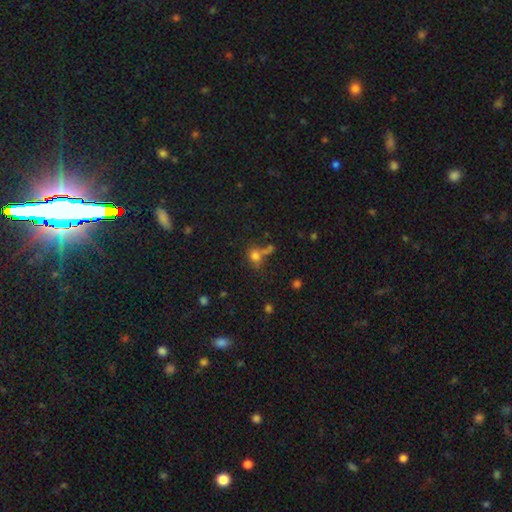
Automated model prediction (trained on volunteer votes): A smooth galaxy with no disk features (73%) that is round (69%).

Vote fractions:
- Smooth or featured? smooth: 73% / star or artifact: 17% / featured or disk: 10%
- How rounded? round: 69% / in between: 29% / cigar-shaped: 2%
- Merging? none: 49% / merger: 26% / minor disturbance: 15% / major disturbance: 11%